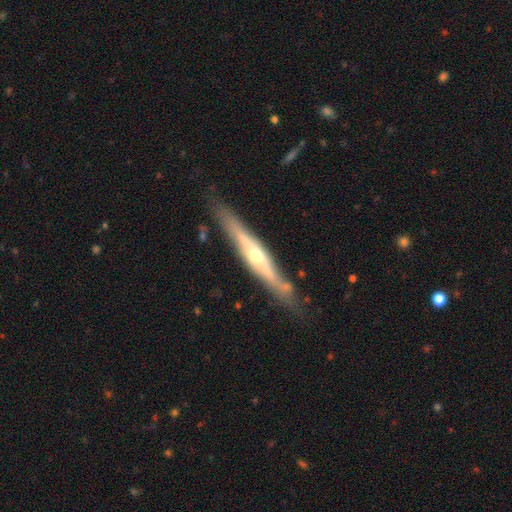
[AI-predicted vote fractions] featured or disk 72%, smooth 22%, star or artifact 5%. Down the decision tree: edge-on disk — yes (89%); edge-on bulge — rounded (84%); merging — none (78%).